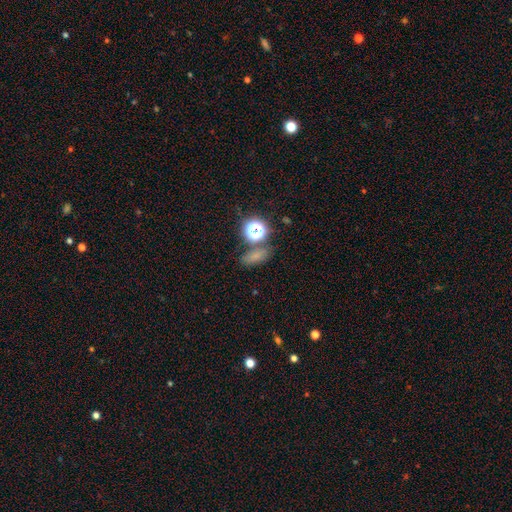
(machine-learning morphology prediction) Smooth or featured? Predicted: smooth (p=0.62). How rounded? Predicted: in between (p=0.67). Merging? Predicted: none (p=0.67).